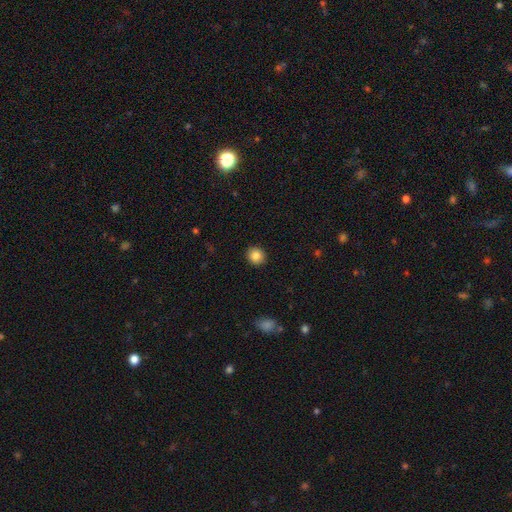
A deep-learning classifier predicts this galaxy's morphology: Smooth or featured? smooth (85%)
How rounded? round (88%)
Merging? none (92%)